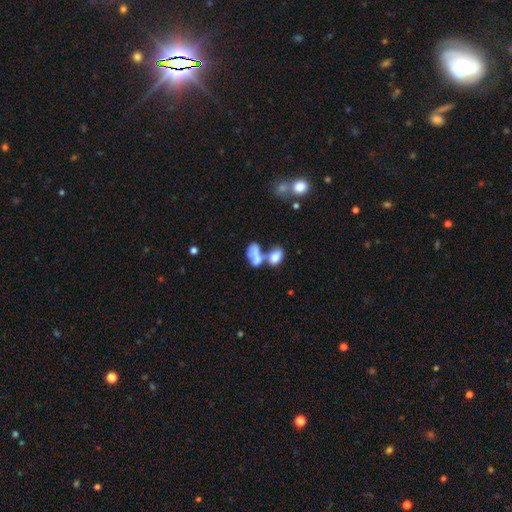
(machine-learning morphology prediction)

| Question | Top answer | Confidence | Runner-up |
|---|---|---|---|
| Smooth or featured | smooth | 62% | featured or disk (27%) |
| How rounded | in between | 88% | round (8%) |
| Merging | merger | 66% | none (15%) |